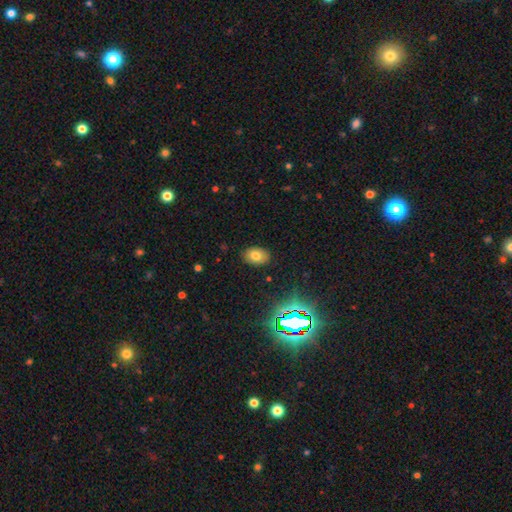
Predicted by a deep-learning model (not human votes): Smooth or featured? smooth (74%)
How rounded? in between (80%)
Merging? none (88%)